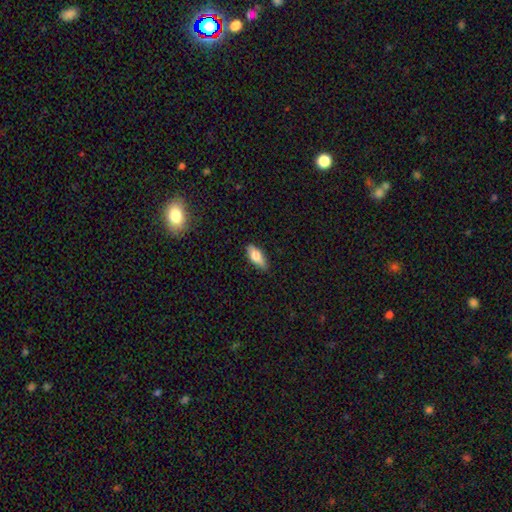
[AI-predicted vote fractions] Smooth or featured?
  - smooth: 72% *
  - featured or disk: 21%
  - star or artifact: 7%
How rounded?
  - in between: 75% *
  - cigar-shaped: 22%
  - round: 3%
Merging?
  - none: 81% *
  - minor disturbance: 16%
  - major disturbance: 3%
  - merger: 1%